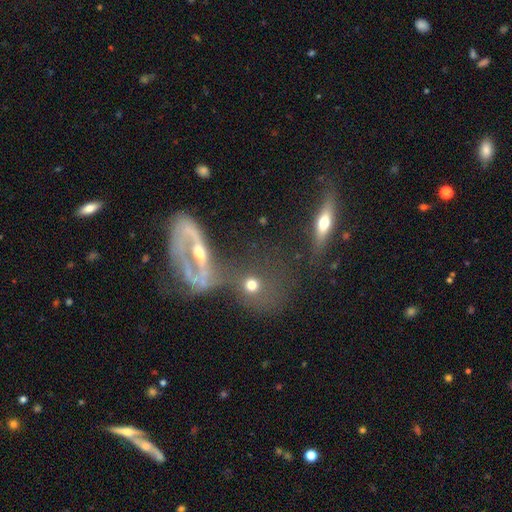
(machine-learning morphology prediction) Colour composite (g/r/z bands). It shows a featured or disk galaxy (60%). Merging: none (41%).